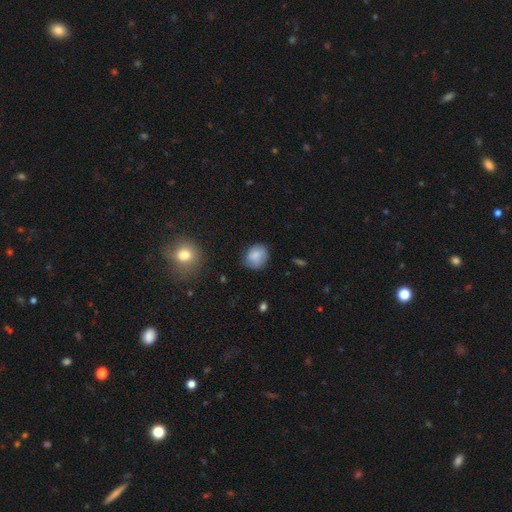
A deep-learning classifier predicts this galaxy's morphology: smooth_or_featured: smooth (p=0.82) [alt: featured or disk p=0.10]
how_rounded: round (p=0.64) [alt: in between p=0.35]
merging: none (p=0.70) [alt: minor disturbance p=0.23]